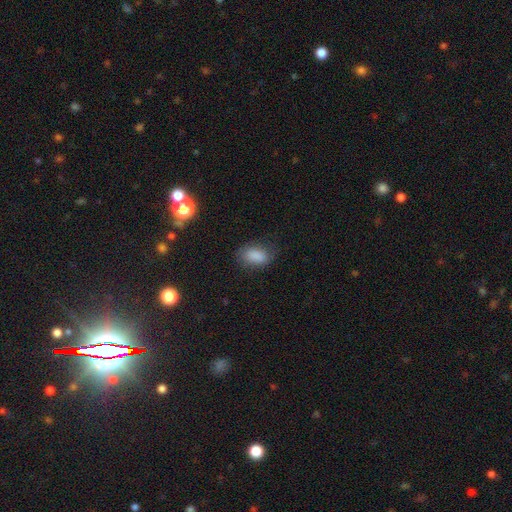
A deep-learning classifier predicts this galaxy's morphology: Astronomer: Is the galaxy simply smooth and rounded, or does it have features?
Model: smooth — 85%.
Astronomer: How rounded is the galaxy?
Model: in between — 89%.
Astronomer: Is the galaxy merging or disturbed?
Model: none — 71%.